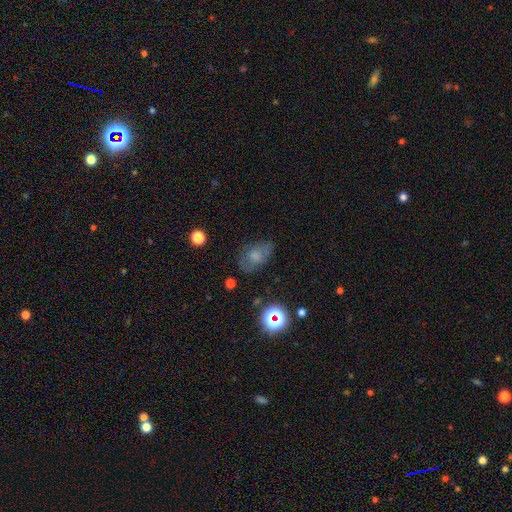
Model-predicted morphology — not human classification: smooth 63%, featured or disk 23%, star or artifact 14%. Down the decision tree: how rounded — in between (83%); merging — none (66%).